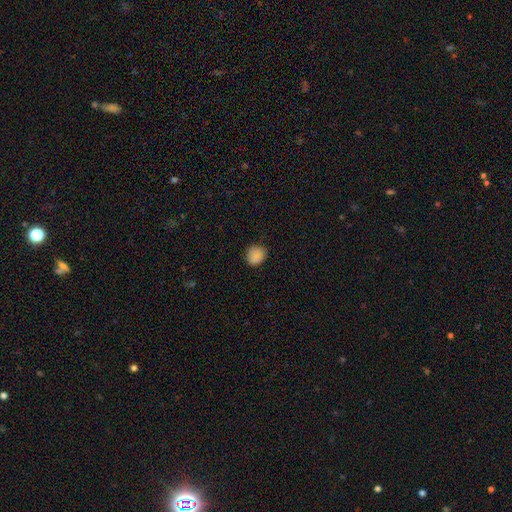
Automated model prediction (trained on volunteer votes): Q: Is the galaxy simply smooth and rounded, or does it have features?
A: smooth — 87%.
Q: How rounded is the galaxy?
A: round — 76%.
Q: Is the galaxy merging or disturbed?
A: none — 85%.